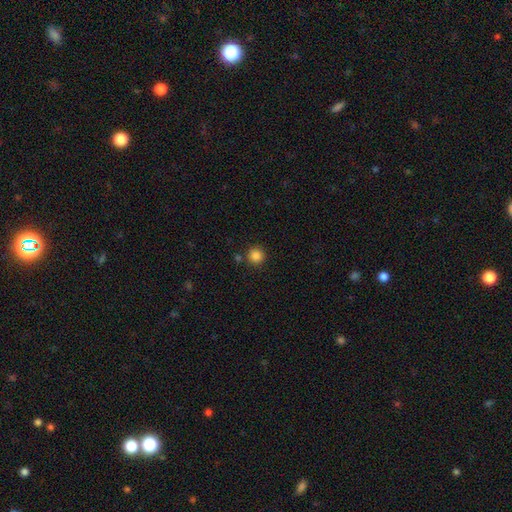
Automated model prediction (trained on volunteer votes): This appears to be a smooth galaxy with no disk features (85%) that is round (95%). Merging: none (85%).